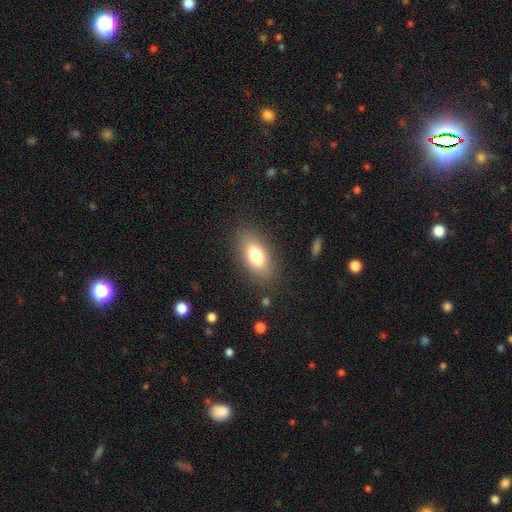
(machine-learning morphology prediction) Overall: smooth (76%). How rounded: in between (88%). Merging: none (85%).